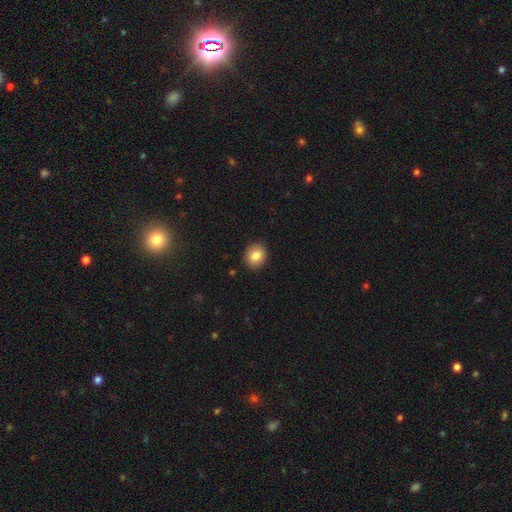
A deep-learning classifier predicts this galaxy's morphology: Smooth or featured? smooth (85%)
How rounded? round (71%)
Merging? none (89%)